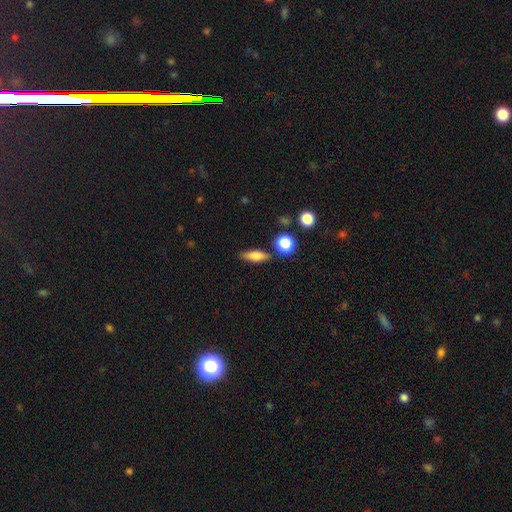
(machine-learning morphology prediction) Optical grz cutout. It shows a smooth galaxy with no disk features (67%) that is in between round and cigar-shaped (47%). Merging: none (82%).